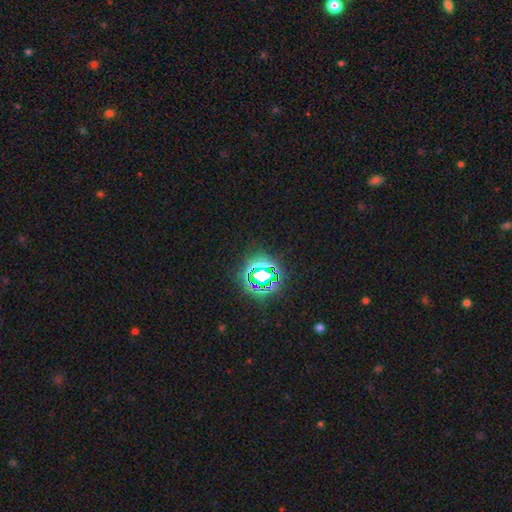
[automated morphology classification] Q: Smooth or featured?
A: star or artifact (78%); runner-up: smooth (14%)